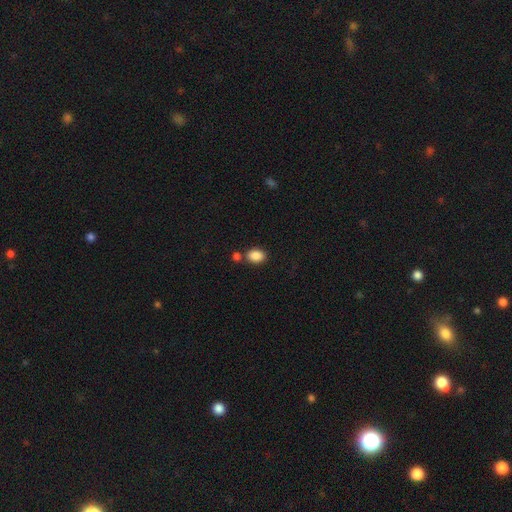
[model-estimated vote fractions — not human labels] Smooth or featured? smooth (87%)
How rounded? in between (76%)
Merging? none (68%)